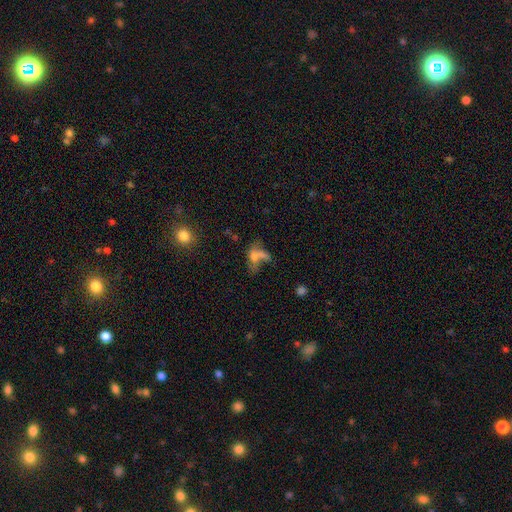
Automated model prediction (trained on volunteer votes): Smooth or featured: smooth — 48% (featured or disk — 34%)
Merging: merger — 36% (major disturbance — 30%)